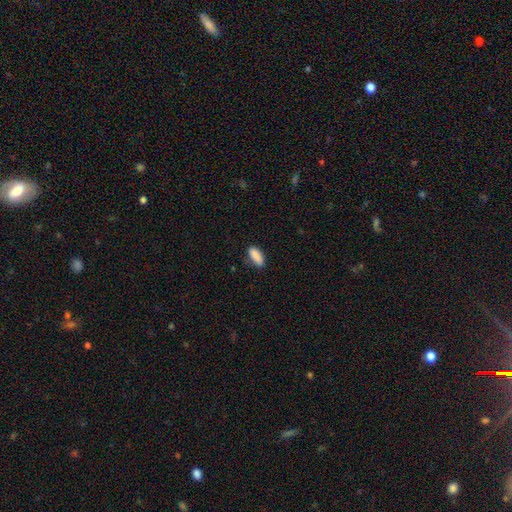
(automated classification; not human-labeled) Smooth or featured: smooth — 89% (star or artifact — 7%)
How rounded: in between — 73% (cigar-shaped — 24%)
Merging: none — 80% (minor disturbance — 16%)